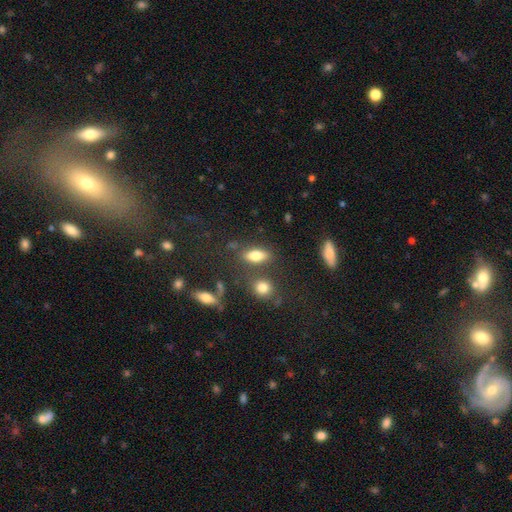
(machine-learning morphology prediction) A smooth galaxy with no disk features (74%) that is in between round and cigar-shaped (77%).

Vote fractions:
- Smooth or featured? smooth: 74% / featured or disk: 15% / star or artifact: 11%
- How rounded? in between: 77% / cigar-shaped: 17% / round: 6%
- Merging? none: 71% / minor disturbance: 14% / merger: 10% / major disturbance: 5%